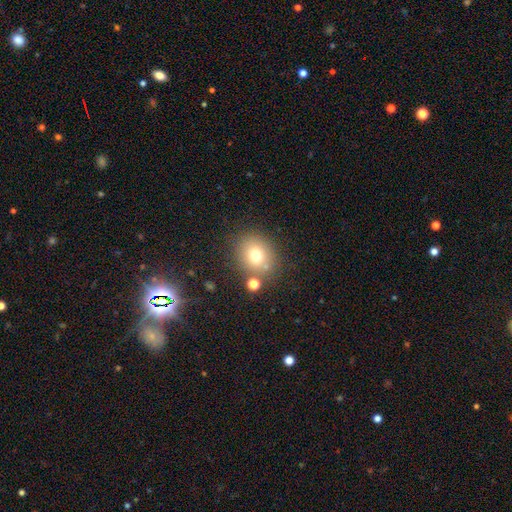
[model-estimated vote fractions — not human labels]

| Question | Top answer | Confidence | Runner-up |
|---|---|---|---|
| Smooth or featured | smooth | 73% | star or artifact (14%) |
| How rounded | round | 77% | in between (22%) |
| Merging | none | 75% | minor disturbance (11%) |